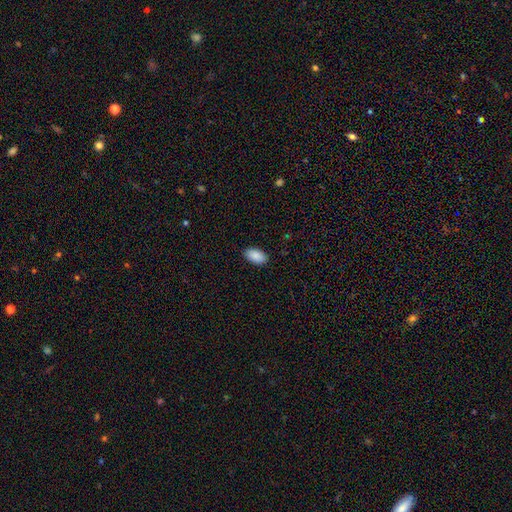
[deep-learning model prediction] Smooth or featured? smooth (90%)
How rounded? in between (95%)
Merging? none (89%)